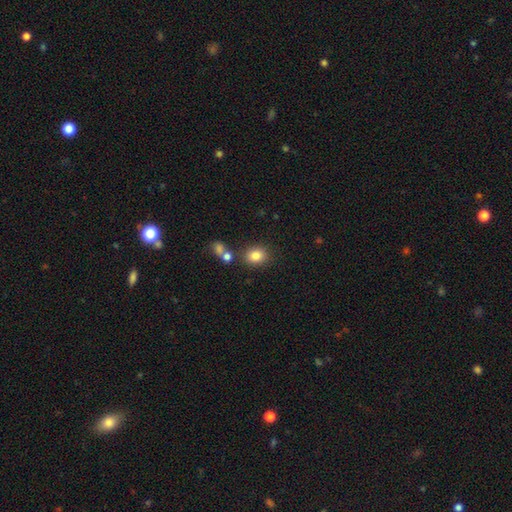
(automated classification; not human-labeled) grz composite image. It shows a smooth galaxy with no disk features (82%) that is round (59%). Merging: none (78%).